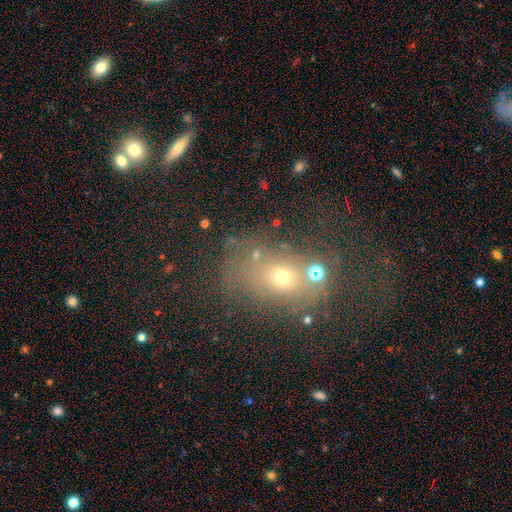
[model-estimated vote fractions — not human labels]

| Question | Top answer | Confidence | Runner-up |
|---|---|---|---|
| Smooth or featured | smooth | 54% | star or artifact (26%) |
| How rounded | in between | 55% | round (43%) |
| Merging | none | 56% | merger (16%) |